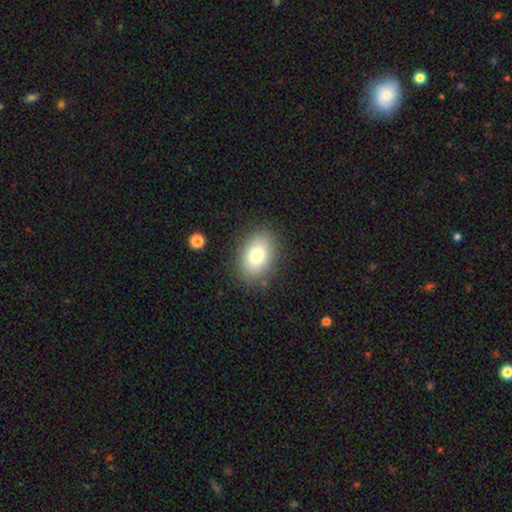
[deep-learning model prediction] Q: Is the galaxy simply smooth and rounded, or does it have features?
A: smooth — 80%.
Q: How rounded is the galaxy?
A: in between — 82%.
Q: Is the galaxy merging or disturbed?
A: none — 85%.